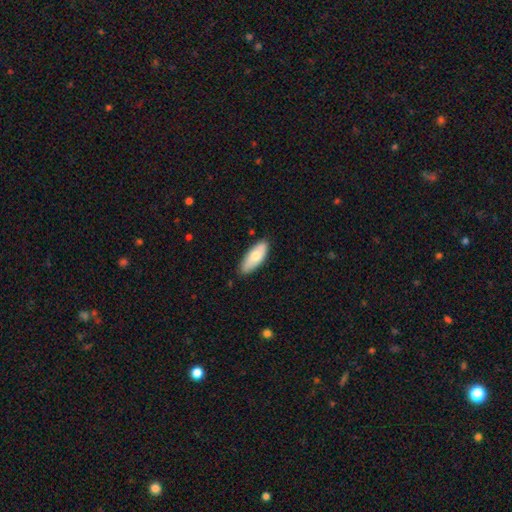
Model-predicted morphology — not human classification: smooth_or_featured: smooth (p=0.74) [alt: featured or disk p=0.20]
how_rounded: in between (p=0.77) [alt: cigar-shaped p=0.21]
merging: none (p=0.82) [alt: minor disturbance p=0.15]